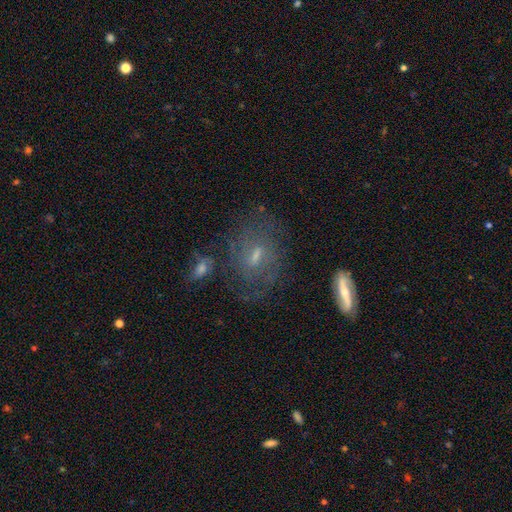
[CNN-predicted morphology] A featured or disk galaxy (58%) with a weak bar (51%), spiral arms (62%) and a small central bulge (48%). Merging: none (63%).